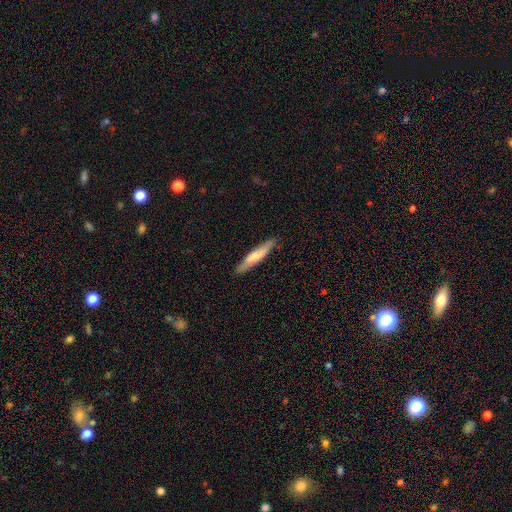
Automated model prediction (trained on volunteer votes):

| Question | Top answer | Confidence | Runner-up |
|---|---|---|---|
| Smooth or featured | smooth | 67% | featured or disk (28%) |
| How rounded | cigar-shaped | 90% | in between (9%) |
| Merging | none | 87% | minor disturbance (10%) |